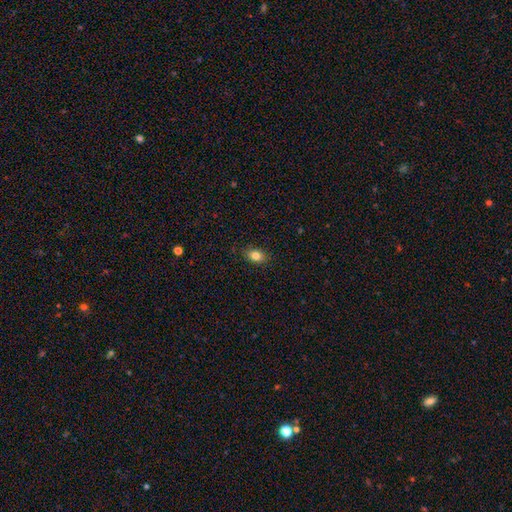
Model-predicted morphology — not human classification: Overall: smooth (83%). How rounded: in between (80%). Merging: none (88%).